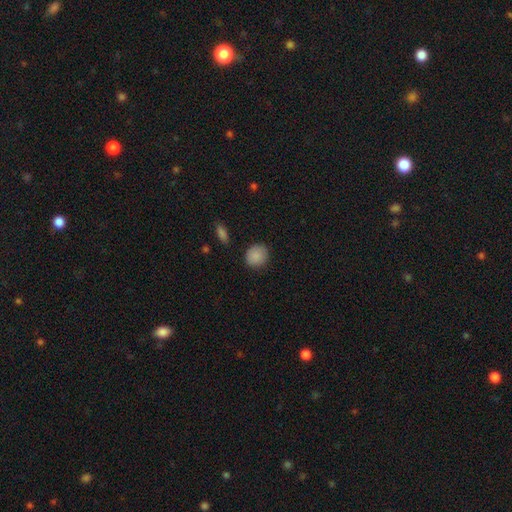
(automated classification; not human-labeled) The model was most divided on "how rounded": round: 78%, in between: 21%, cigar-shaped: 1%. More confident: smooth or featured — smooth (88%); merging — none (86%).